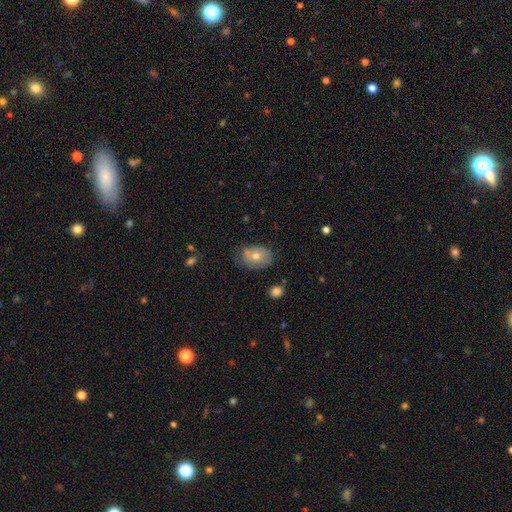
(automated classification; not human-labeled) smooth-or-featured: smooth: 52% | featured or disk: 37% | star or artifact: 11%
  how-rounded: in between: 72% | round: 26% | cigar-shaped: 1%
  merging: none: 64% | minor disturbance: 25% | major disturbance: 7% | merger: 4%